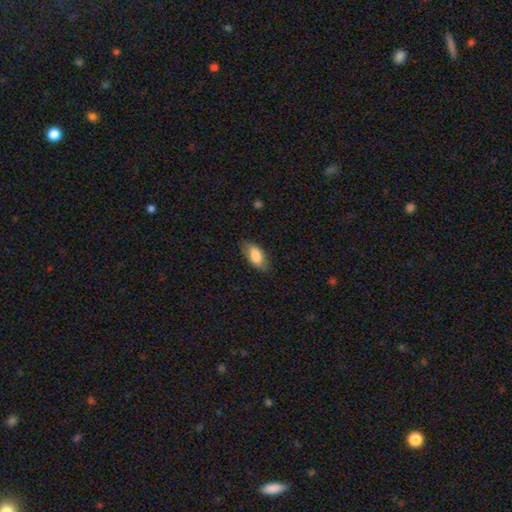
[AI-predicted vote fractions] smooth 82%, featured or disk 12%, star or artifact 6%. Down the decision tree: how rounded — in between (90%); merging — none (77%).